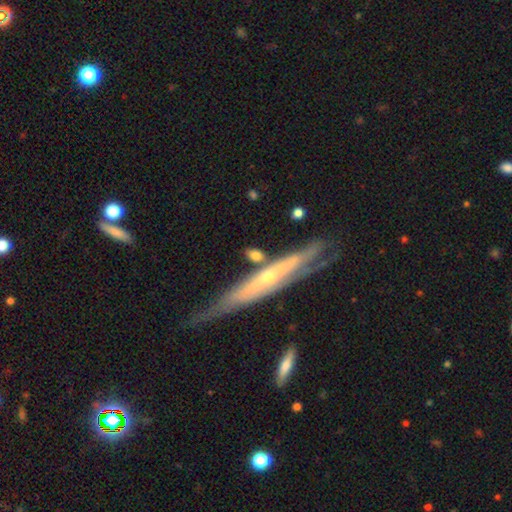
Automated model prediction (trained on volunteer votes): This is possibly a smooth galaxy (53%). How rounded: possibly cigar-shaped (56%). Merging: likely none (72%).